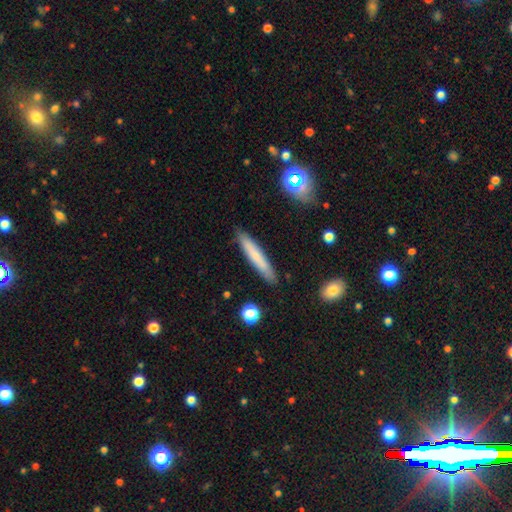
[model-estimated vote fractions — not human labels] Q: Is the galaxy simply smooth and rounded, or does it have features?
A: smooth — 71%.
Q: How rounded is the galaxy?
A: cigar-shaped — 94%.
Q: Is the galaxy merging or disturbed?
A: none — 89%.